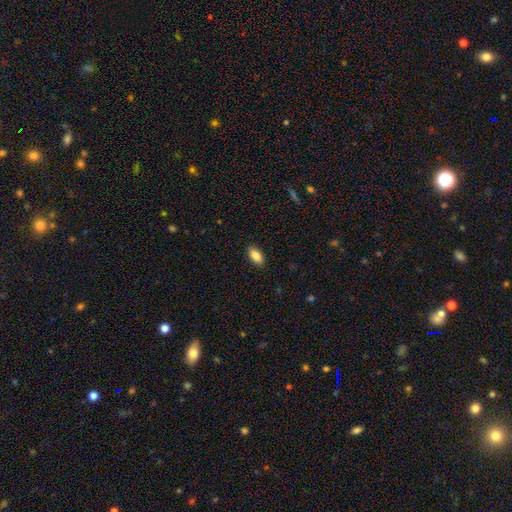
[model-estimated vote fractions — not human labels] Morphology: type=smooth (85%); roundness=in between (90%); merging=none (88%).